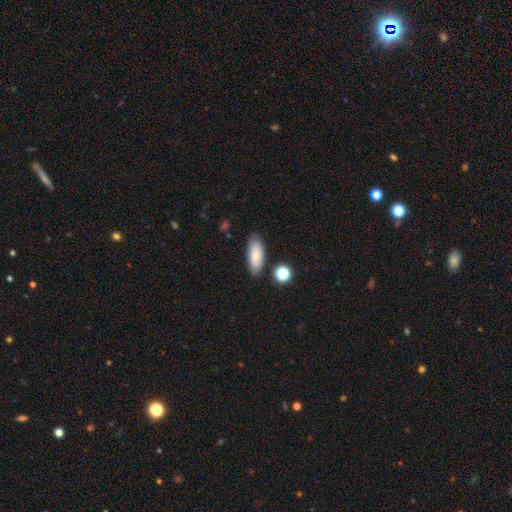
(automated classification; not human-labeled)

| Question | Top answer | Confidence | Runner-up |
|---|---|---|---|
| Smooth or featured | smooth | 78% | featured or disk (15%) |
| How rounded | in between | 77% | cigar-shaped (20%) |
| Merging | none | 80% | minor disturbance (13%) |